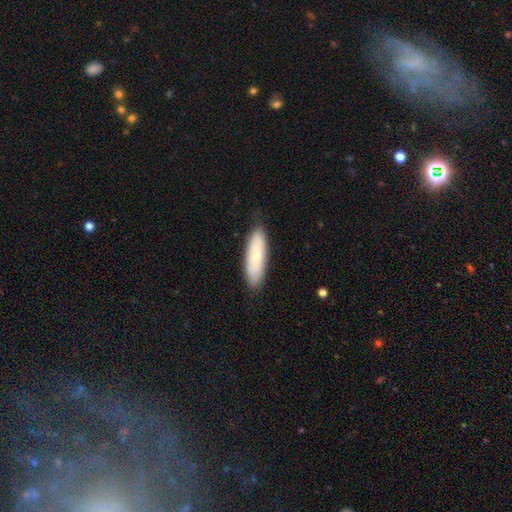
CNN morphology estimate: A smooth galaxy with no disk features (79%) that is cigar-shaped (56%).

Vote fractions:
- Smooth or featured? smooth: 79% / featured or disk: 15% / star or artifact: 6%
- How rounded? cigar-shaped: 56% / in between: 43% / round: 2%
- Merging? none: 84% / minor disturbance: 12% / major disturbance: 2% / merger: 1%